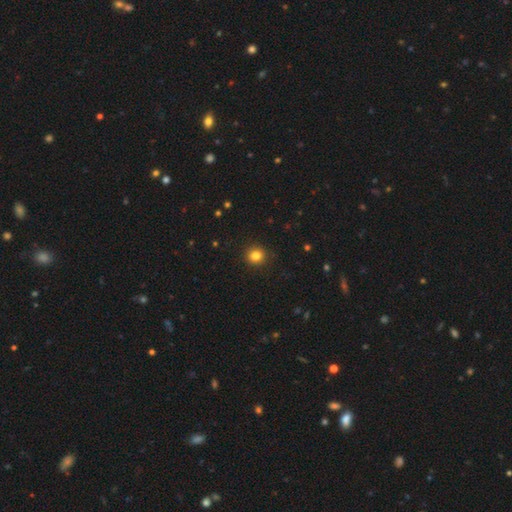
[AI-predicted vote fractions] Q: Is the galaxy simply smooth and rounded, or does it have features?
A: smooth — 82%.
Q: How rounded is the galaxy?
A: round — 92%.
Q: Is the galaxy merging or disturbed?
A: none — 92%.